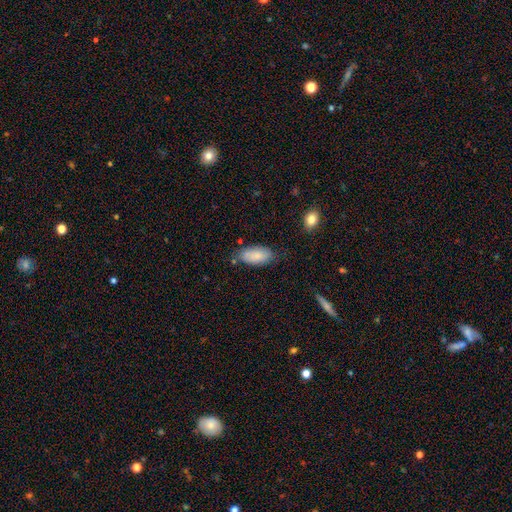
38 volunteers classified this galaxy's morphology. Smooth or featured?
  - smooth: 89% *
  - featured or disk: 8%
  - star or artifact: 3%
How rounded?
  - in between: 97% *
  - round: 3%
  - cigar-shaped: 0%
Merging?
  - none: 84% *
  - minor disturbance: 14%
  - merger: 3%
  - major disturbance: 0%